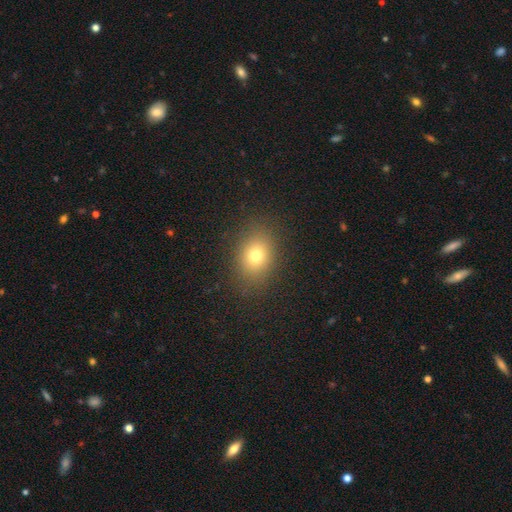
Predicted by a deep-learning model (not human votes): A smooth galaxy with no disk features (75%) that is in between round and cigar-shaped (57%). Merging: none (87%).